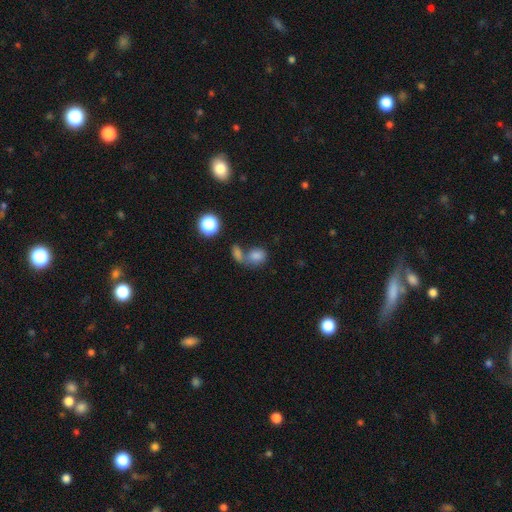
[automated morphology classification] Smooth or featured? Predicted: smooth (p=0.79). How rounded? Predicted: in between (p=0.56). Merging? Predicted: merger (p=0.53).